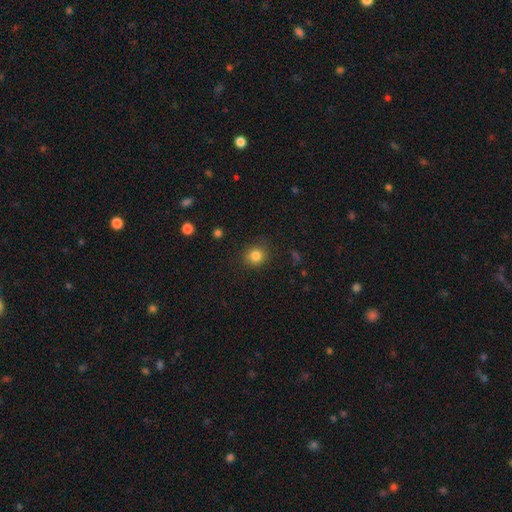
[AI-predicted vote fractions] This is clearly a smooth galaxy (84%). How rounded: clearly round (83%). Merging: clearly none (85%).